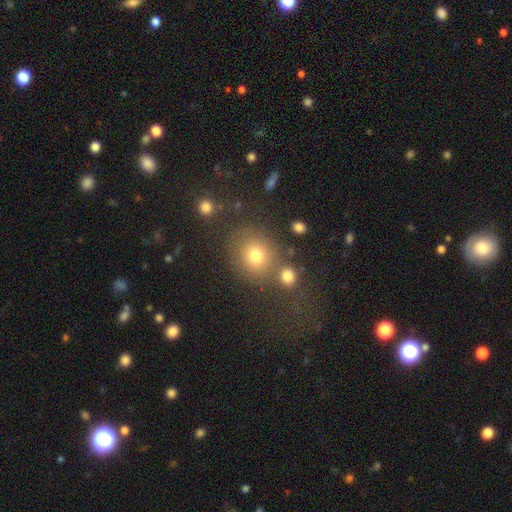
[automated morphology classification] Overall: smooth (73%). How rounded: round (78%). Merging: none (68%).